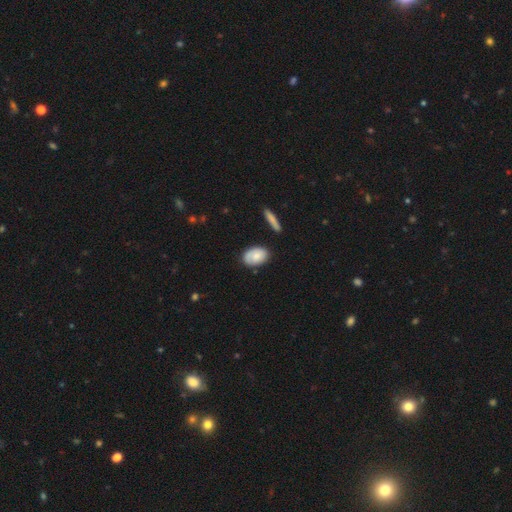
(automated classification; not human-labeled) A smooth galaxy with no disk features (71%) that is in between round and cigar-shaped (87%).

Vote fractions:
- Smooth or featured? smooth: 71% / featured or disk: 23% / star or artifact: 6%
- How rounded? in between: 87% / round: 11% / cigar-shaped: 2%
- Merging? none: 72% / minor disturbance: 19% / major disturbance: 4% / merger: 4%